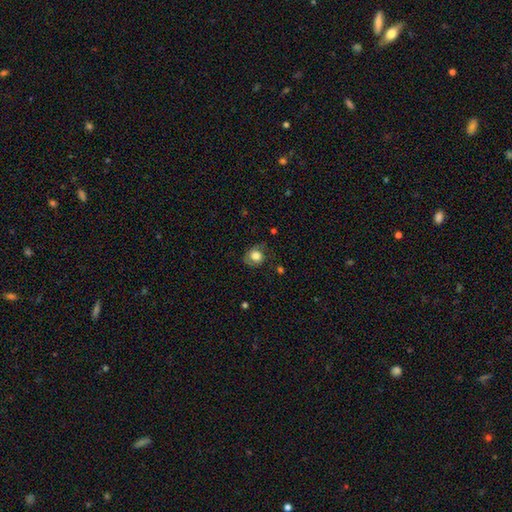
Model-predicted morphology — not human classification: The model was most divided on "merging": none: 63%, minor disturbance: 25%, major disturbance: 11%, merger: 1%. More confident: how rounded — round (74%); smooth or featured — smooth (72%).